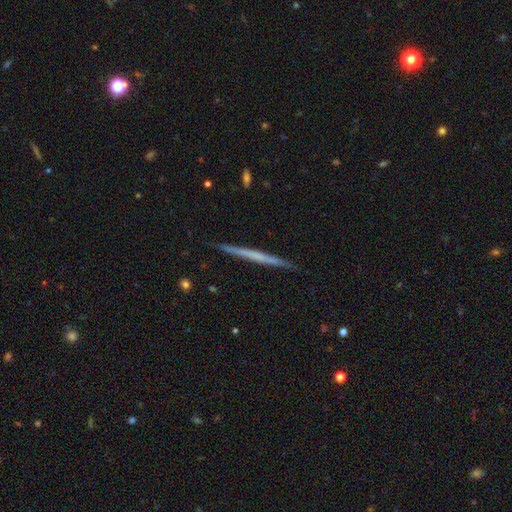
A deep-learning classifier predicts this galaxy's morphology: smooth-or-featured: featured or disk: 56% | smooth: 38% | star or artifact: 6%
  disk-edge-on: yes: 98% | no: 2%
    edge-on-bulge: none: 89% | rounded: 7% | boxy: 4%
  merging: none: 92% | minor disturbance: 6% | major disturbance: 1% | merger: 1%